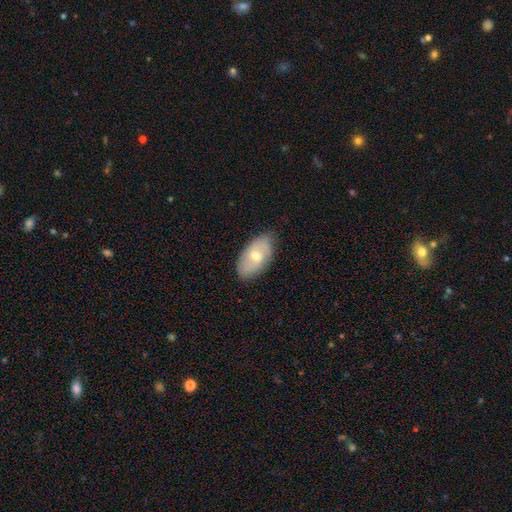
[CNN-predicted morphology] smooth_or_featured: smooth (p=0.49) [alt: featured or disk p=0.44]
merging: none (p=0.80) [alt: minor disturbance p=0.16]